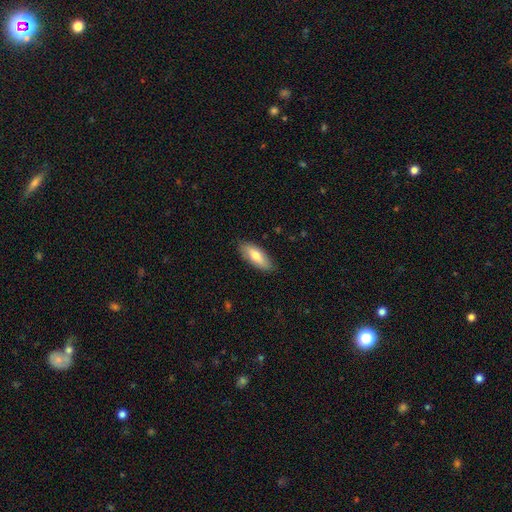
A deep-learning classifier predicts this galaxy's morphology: Q: Smooth or featured?
A: smooth (72%); runner-up: featured or disk (22%)
Q: How rounded?
A: in between (75%); runner-up: cigar-shaped (23%)
Q: Merging?
A: none (84%); runner-up: minor disturbance (13%)